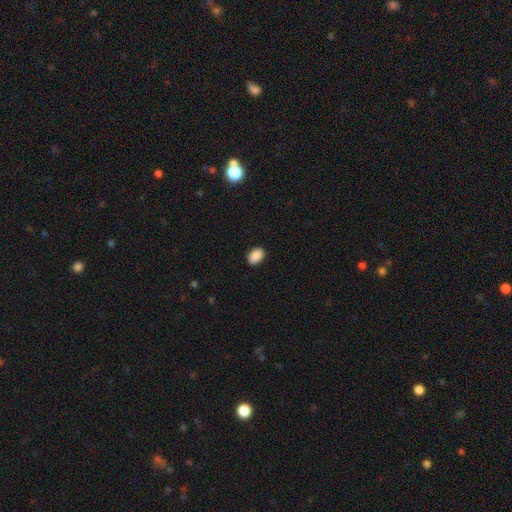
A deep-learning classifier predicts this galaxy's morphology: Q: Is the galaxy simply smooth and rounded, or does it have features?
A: smooth — 89%.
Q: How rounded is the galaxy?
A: in between — 84%.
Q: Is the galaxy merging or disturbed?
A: none — 89%.